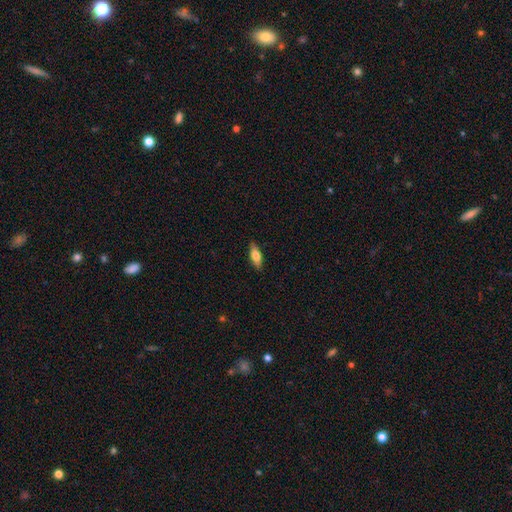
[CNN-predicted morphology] Q: Smooth or featured?
A: smooth (70%); runner-up: featured or disk (24%)
Q: How rounded?
A: in between (66%); runner-up: cigar-shaped (32%)
Q: Merging?
A: none (87%); runner-up: minor disturbance (10%)